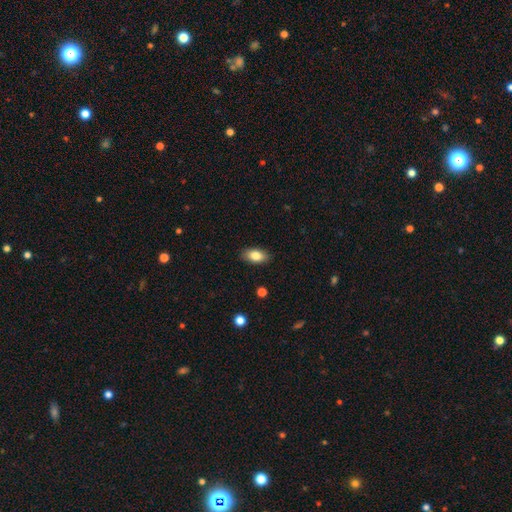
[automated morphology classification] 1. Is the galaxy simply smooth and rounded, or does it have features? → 83% smooth, 10% featured or disk, 8% star or artifact.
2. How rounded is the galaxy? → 91% in between, 5% round, 4% cigar-shaped.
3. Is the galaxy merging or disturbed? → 88% none, 9% minor disturbance, 2% major disturbance, 1% merger.